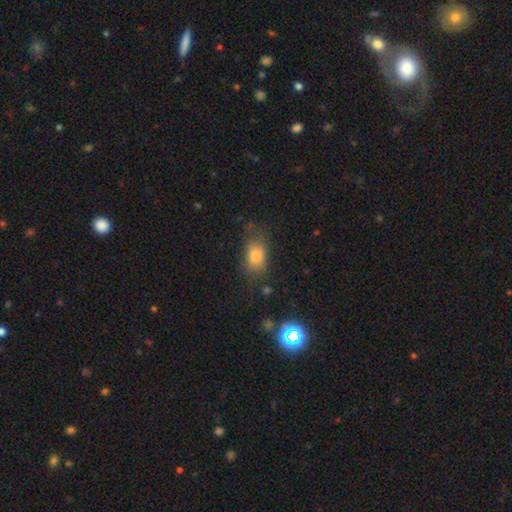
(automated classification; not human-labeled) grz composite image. It shows a smooth galaxy with no disk features (78%) that is in between round and cigar-shaped (78%). Merging: none (67%).